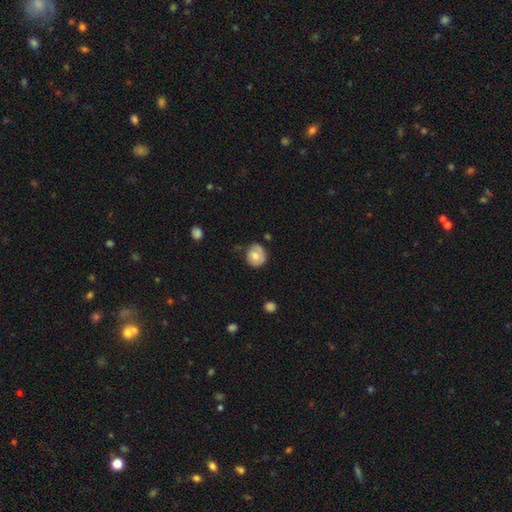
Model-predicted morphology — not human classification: Smooth or featured? Predicted: smooth (p=0.58). How rounded? Predicted: round (p=0.75). Merging? Predicted: none (p=0.66).